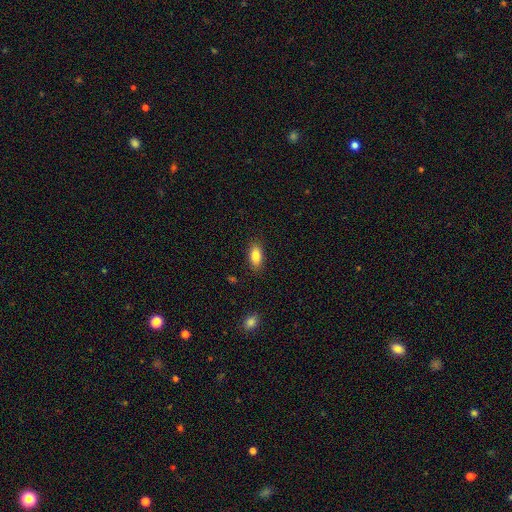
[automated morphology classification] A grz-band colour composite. It shows a smooth galaxy with no disk features (85%) that is in between round and cigar-shaped (89%). Merging: none (87%).